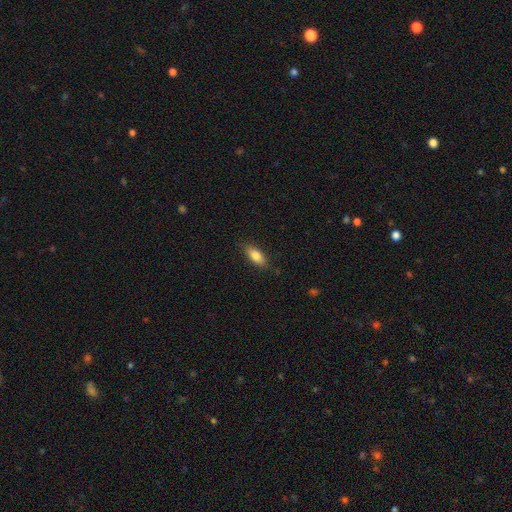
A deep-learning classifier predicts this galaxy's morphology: smooth-or-featured: smooth: 82% | featured or disk: 11% | star or artifact: 7%
  how-rounded: in between: 80% | cigar-shaped: 17% | round: 3%
  merging: none: 84% | minor disturbance: 12% | major disturbance: 3% | merger: 1%